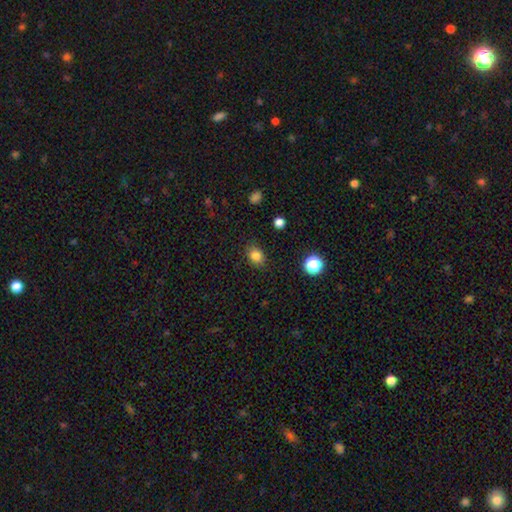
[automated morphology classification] smooth_or_featured: smooth (p=0.82) [alt: star or artifact p=0.12]
how_rounded: in between (p=0.58) [alt: round p=0.41]
merging: none (p=0.86) [alt: minor disturbance p=0.10]